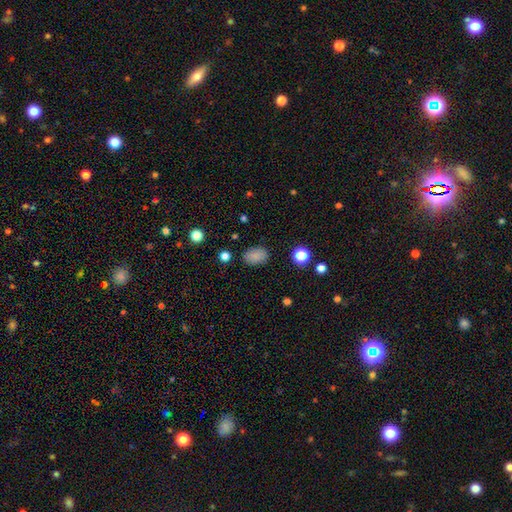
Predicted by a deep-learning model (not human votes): Smooth or featured?
  - smooth: 84% *
  - star or artifact: 11%
  - featured or disk: 5%
How rounded?
  - in between: 82% *
  - round: 17%
  - cigar-shaped: 1%
Merging?
  - none: 84% *
  - minor disturbance: 11%
  - major disturbance: 3%
  - merger: 2%